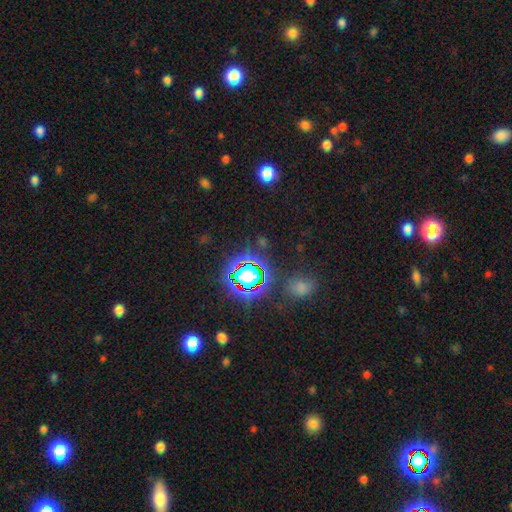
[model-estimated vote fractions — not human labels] Smooth or featured? star or artifact (80%)